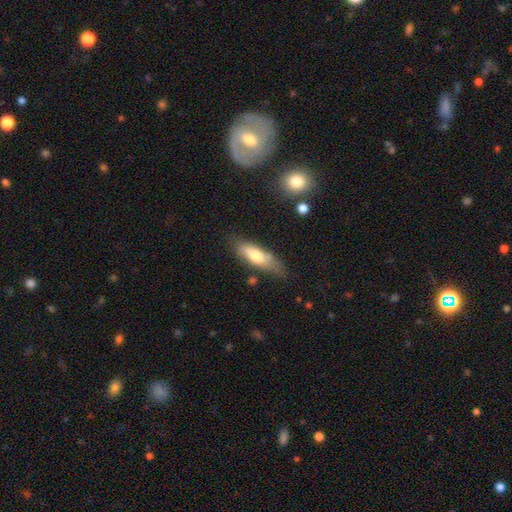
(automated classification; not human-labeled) A smooth galaxy with no disk features (68%) that is in between round and cigar-shaped (60%).

Vote fractions:
- Smooth or featured? smooth: 68% / featured or disk: 26% / star or artifact: 6%
- How rounded? in between: 60% / cigar-shaped: 38% / round: 2%
- Merging? none: 65% / minor disturbance: 24% / major disturbance: 6% / merger: 4%